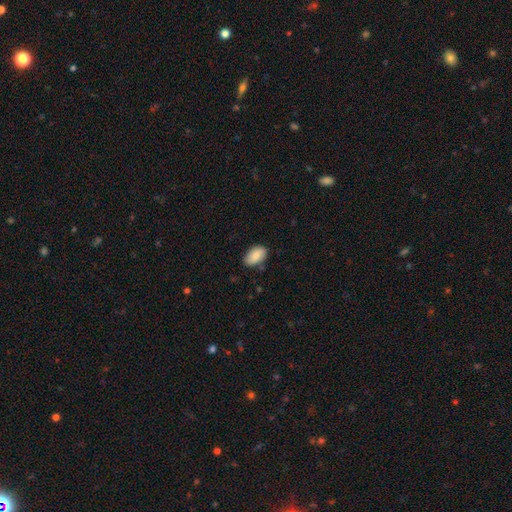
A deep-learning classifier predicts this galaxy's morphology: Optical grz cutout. It shows a smooth galaxy with no disk features (84%) that is in between round and cigar-shaped (94%). Merging: none (79%).